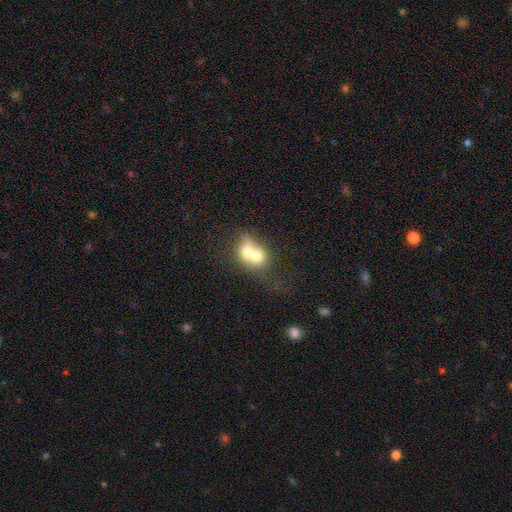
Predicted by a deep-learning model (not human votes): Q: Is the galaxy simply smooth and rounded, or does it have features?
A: smooth — 64%.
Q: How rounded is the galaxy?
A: round — 59%.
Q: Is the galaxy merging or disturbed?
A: merger — 76%.